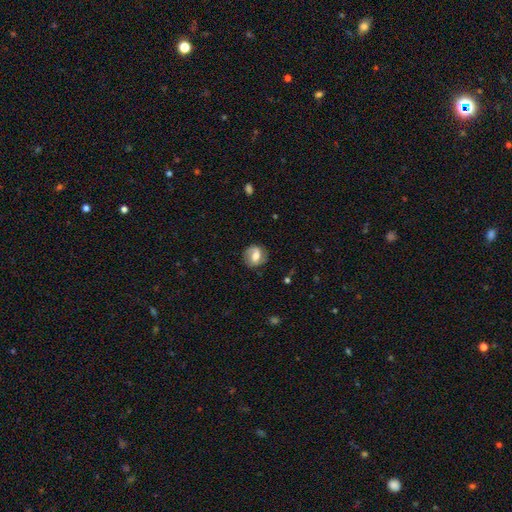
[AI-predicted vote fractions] This is possibly a featured or disk galaxy (55%). It is clearly not viewed edge-on (97%). Bar: possibly weak (46%). Spiral arm pattern: clearly yes (83%). Central bulge: likely moderate (61%). Merging: likely none (79%).